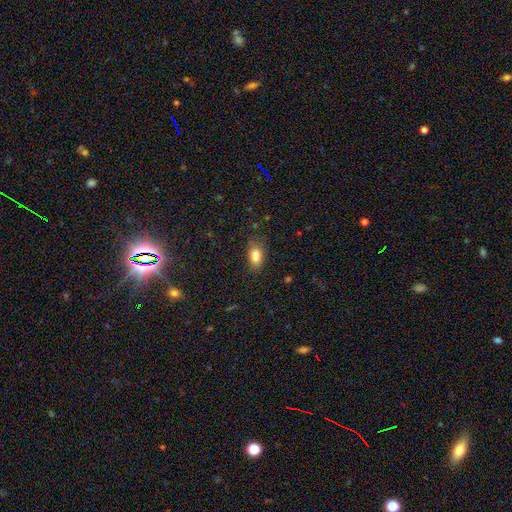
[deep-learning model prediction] The model was most divided on "merging": none: 62%, minor disturbance: 21%, merger: 11%, major disturbance: 6%. More confident: how rounded — in between (85%); smooth or featured — smooth (80%).